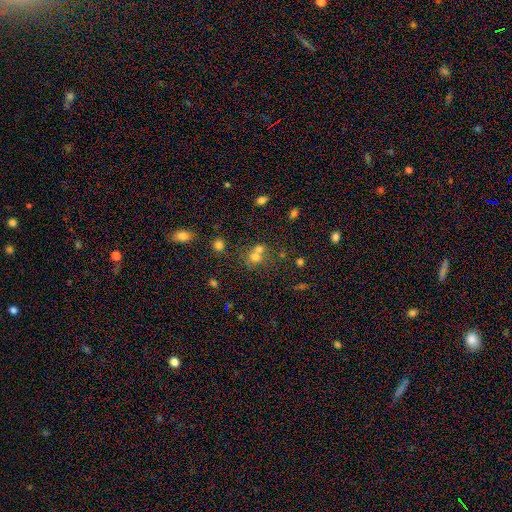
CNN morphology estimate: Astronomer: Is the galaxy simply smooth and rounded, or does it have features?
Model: smooth — 59%.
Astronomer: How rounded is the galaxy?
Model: round — 77%.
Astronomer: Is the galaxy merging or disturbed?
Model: merger — 46% (runner-up: none, 43%).